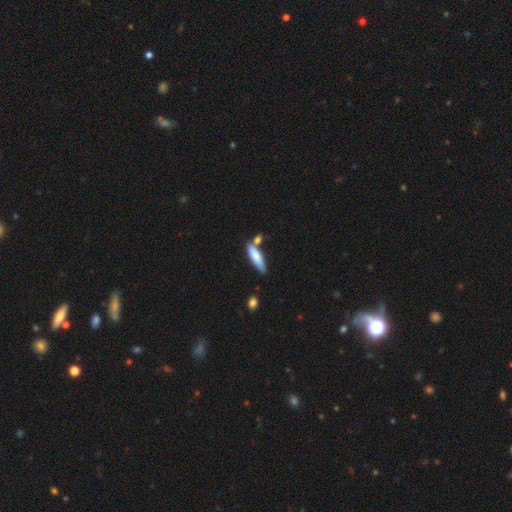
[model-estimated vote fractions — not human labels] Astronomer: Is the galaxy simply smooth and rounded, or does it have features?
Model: smooth — 76%.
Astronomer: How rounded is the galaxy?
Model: cigar-shaped — 66%.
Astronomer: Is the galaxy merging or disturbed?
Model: none — 61%.